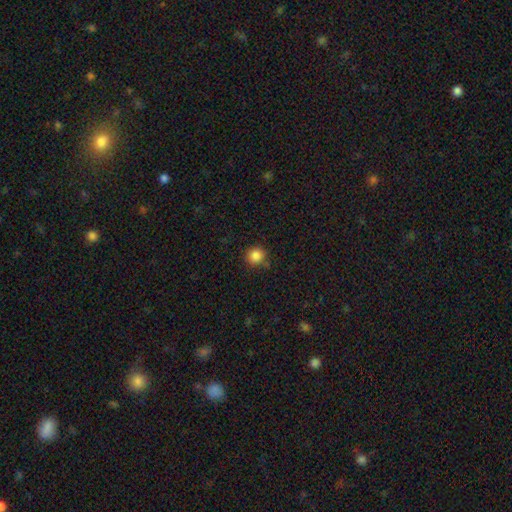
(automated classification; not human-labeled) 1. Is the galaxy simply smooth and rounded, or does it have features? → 86% smooth, 11% star or artifact, 4% featured or disk.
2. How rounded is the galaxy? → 92% round, 7% in between, 1% cigar-shaped.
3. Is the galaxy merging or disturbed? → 85% none, 9% minor disturbance, 3% merger, 3% major disturbance.